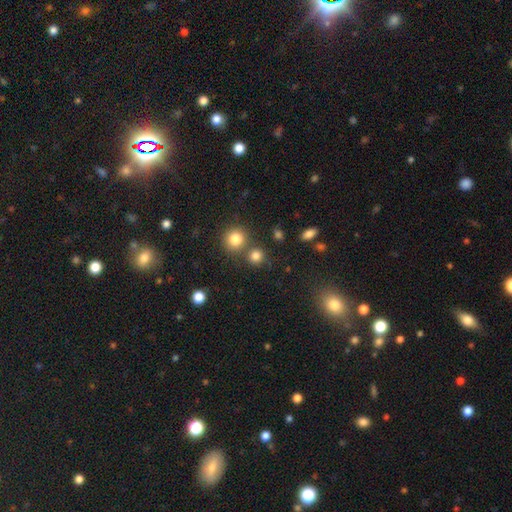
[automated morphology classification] Smooth or featured?
  - smooth: 82% *
  - star or artifact: 13%
  - featured or disk: 5%
How rounded?
  - round: 88% *
  - in between: 10%
  - cigar-shaped: 1%
Merging?
  - none: 71% *
  - merger: 19%
  - minor disturbance: 8%
  - major disturbance: 3%